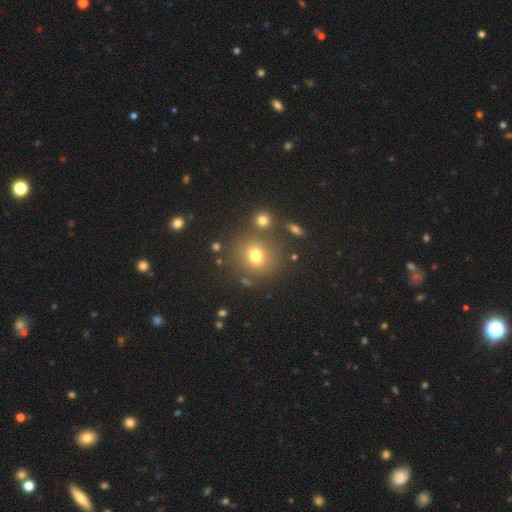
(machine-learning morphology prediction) smooth-or-featured: smooth: 71% | star or artifact: 18% | featured or disk: 11%
  how-rounded: round: 82% | in between: 17% | cigar-shaped: 1%
  merging: none: 77% | minor disturbance: 10% | merger: 10% | major disturbance: 4%